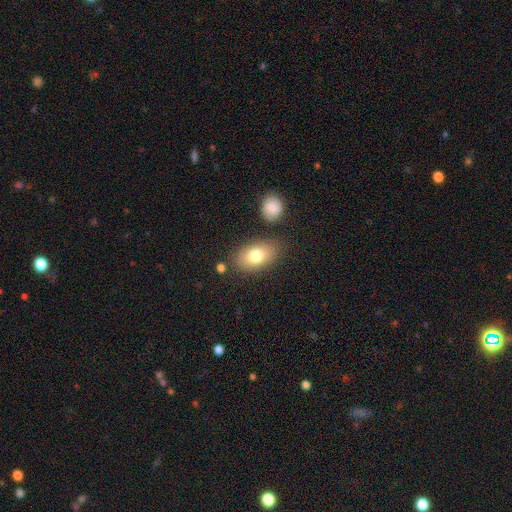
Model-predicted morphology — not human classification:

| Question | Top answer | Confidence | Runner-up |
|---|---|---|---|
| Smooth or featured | smooth | 78% | featured or disk (14%) |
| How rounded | in between | 88% | round (10%) |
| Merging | none | 78% | minor disturbance (13%) |